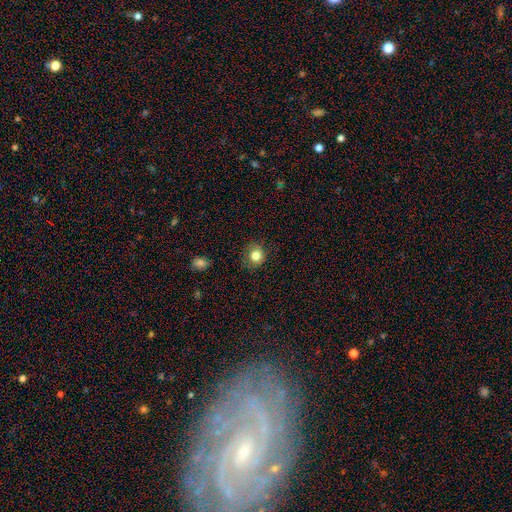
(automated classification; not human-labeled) This is clearly a smooth galaxy (80%). How rounded: likely round (79%). Merging: likely none (78%).